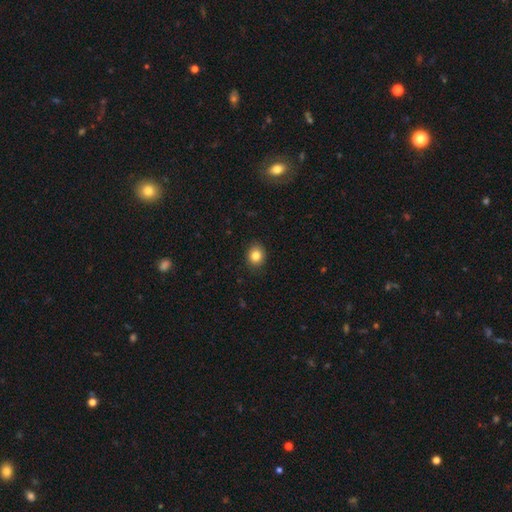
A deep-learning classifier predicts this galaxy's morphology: This is clearly a smooth galaxy (83%). How rounded: likely round (68%). Merging: clearly none (89%).